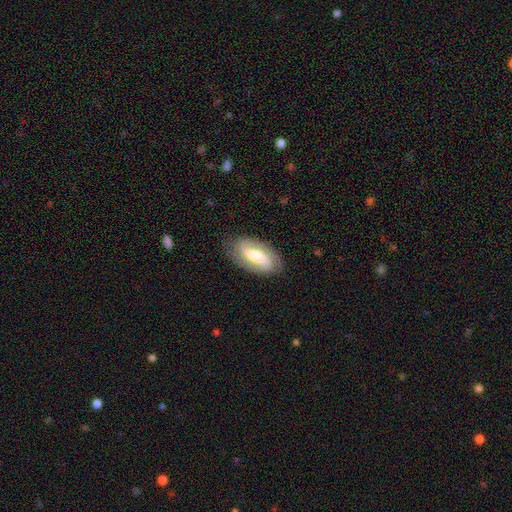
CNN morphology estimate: This is likely a featured or disk galaxy (70%). It is clearly not viewed edge-on (92%). Bar: marginally weak (43%). Spiral arm pattern: clearly yes (89%). Spiral arm count: clearly 2 (89%). Spiral winding: possibly loose (46%). Central bulge: likely moderate (62%). Merging: clearly none (84%).